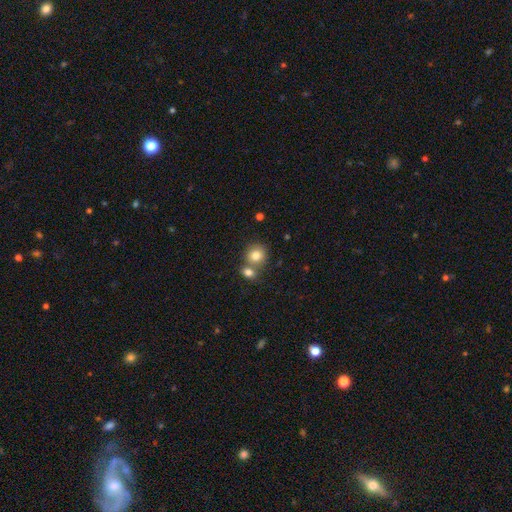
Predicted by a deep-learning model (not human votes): A smooth galaxy with no disk features (81%) that is round (82%). Merging: none (53%).